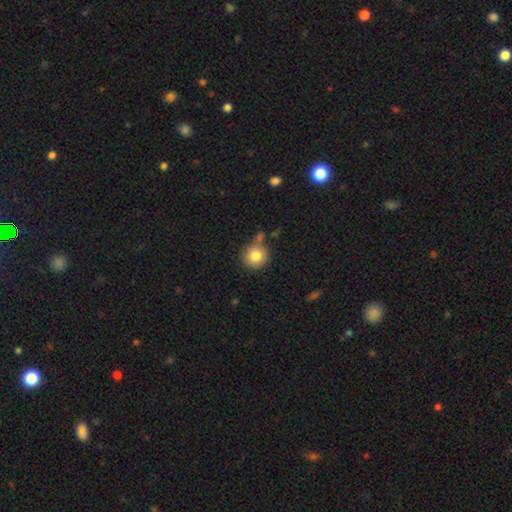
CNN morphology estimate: A smooth galaxy with no disk features (81%) that is round (92%). Merging: none (69%).